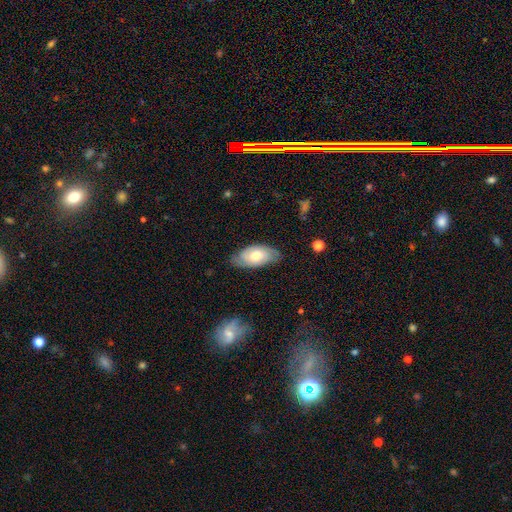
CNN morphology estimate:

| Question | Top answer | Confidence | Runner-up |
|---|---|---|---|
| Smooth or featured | featured or disk | 48% | smooth (46%) |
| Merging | none | 73% | minor disturbance (21%) |